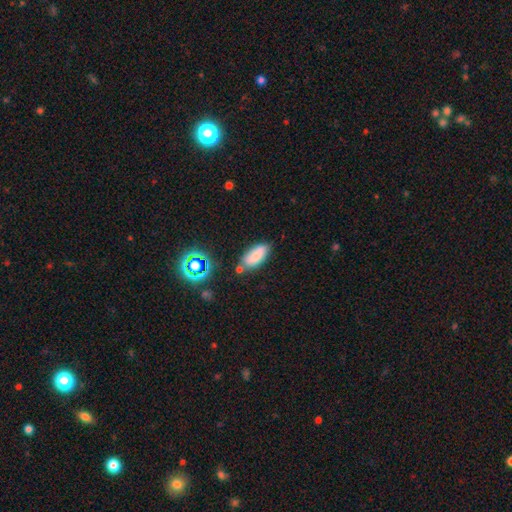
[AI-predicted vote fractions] smooth-or-featured: smooth: 79% | star or artifact: 11% | featured or disk: 10%
  how-rounded: in between: 86% | cigar-shaped: 11% | round: 3%
  merging: none: 70% | minor disturbance: 18% | merger: 8% | major disturbance: 4%